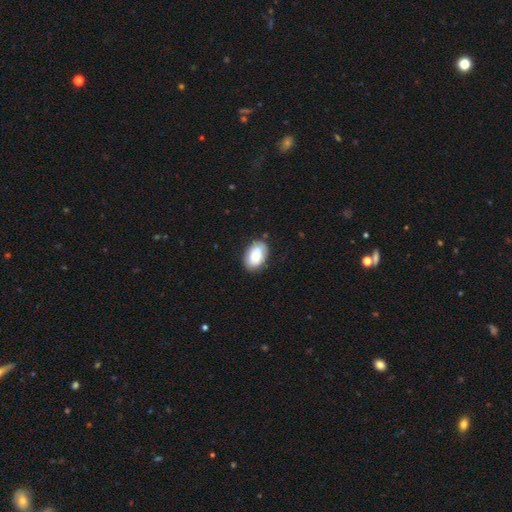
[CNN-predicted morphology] Smooth or featured: smooth — 82% (featured or disk — 11%)
How rounded: in between — 89% (round — 9%)
Merging: none — 78% (minor disturbance — 17%)